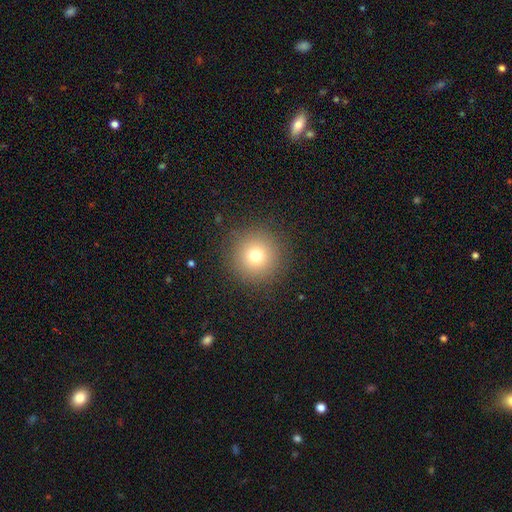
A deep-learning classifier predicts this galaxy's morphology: smooth_or_featured: smooth (p=0.74) [alt: star or artifact p=0.16]
how_rounded: round (p=0.96) [alt: in between p=0.03]
merging: none (p=0.90) [alt: minor disturbance p=0.06]